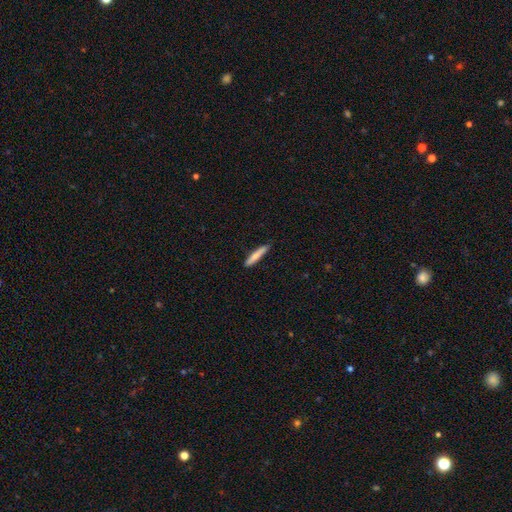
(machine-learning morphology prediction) This appears to be a smooth galaxy with no disk features (74%) that is cigar-shaped (92%). Merging: none (88%).